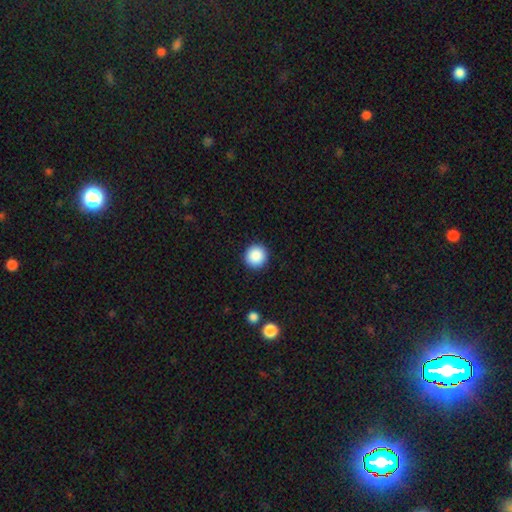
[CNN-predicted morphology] A smooth galaxy with no disk features (88%) that is round (96%). Merging: none (92%).